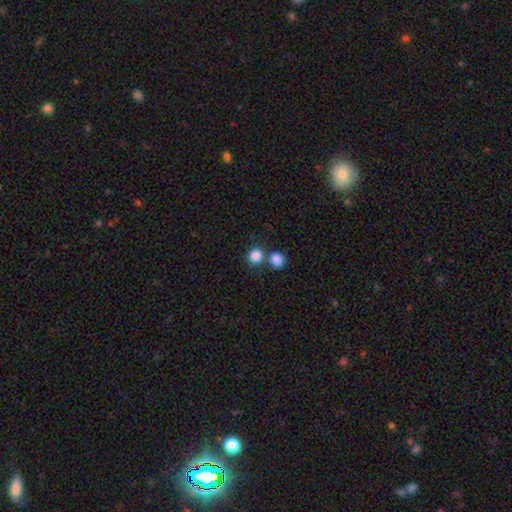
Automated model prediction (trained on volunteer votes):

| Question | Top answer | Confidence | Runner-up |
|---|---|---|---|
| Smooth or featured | smooth | 85% | star or artifact (10%) |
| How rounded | round | 89% | in between (10%) |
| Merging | none | 62% | merger (28%) |